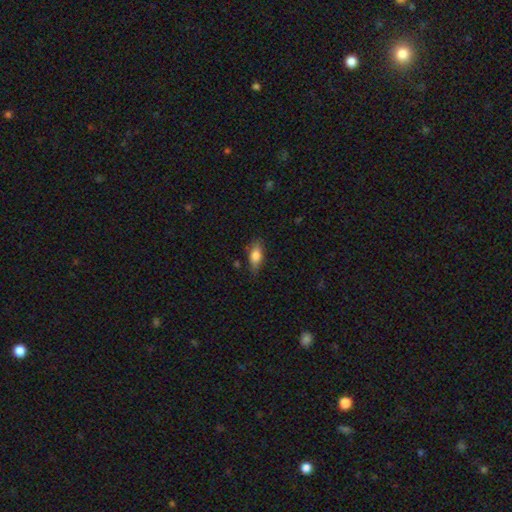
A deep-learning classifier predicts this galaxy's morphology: A smooth galaxy with no disk features (73%) that is in between round and cigar-shaped (77%).

Vote fractions:
- Smooth or featured? smooth: 73% / featured or disk: 19% / star or artifact: 8%
- How rounded? in between: 77% / cigar-shaped: 18% / round: 4%
- Merging? none: 74% / minor disturbance: 20% / major disturbance: 4% / merger: 2%